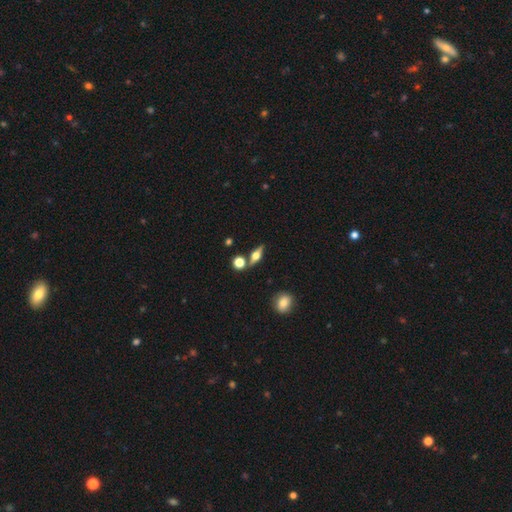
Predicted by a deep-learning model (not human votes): smooth_or_featured: featured or disk (p=0.59) [alt: smooth p=0.32]
disk_edge_on: yes (p=0.93) [alt: no p=0.07]
edge_on_bulge: rounded (p=0.95) [alt: boxy p=0.03]
merging: none (p=0.78) [alt: minor disturbance p=0.09]